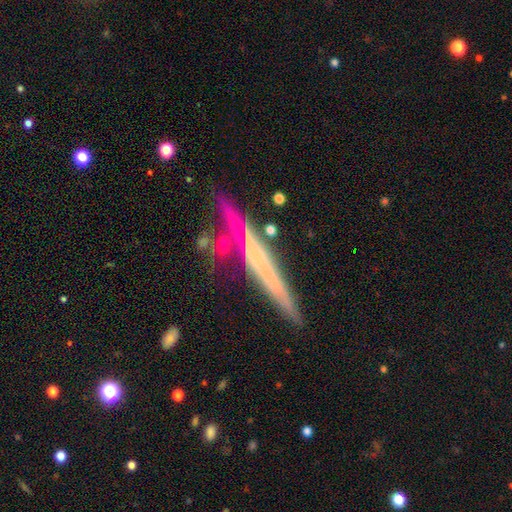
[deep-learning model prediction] smooth-or-featured: featured or disk: 59% | smooth: 33% | star or artifact: 8%
  disk-edge-on: yes: 94% | no: 6%
    edge-on-bulge: none: 77% | rounded: 14% | boxy: 9%
  merging: none: 76% | minor disturbance: 14% | merger: 6% | major disturbance: 4%